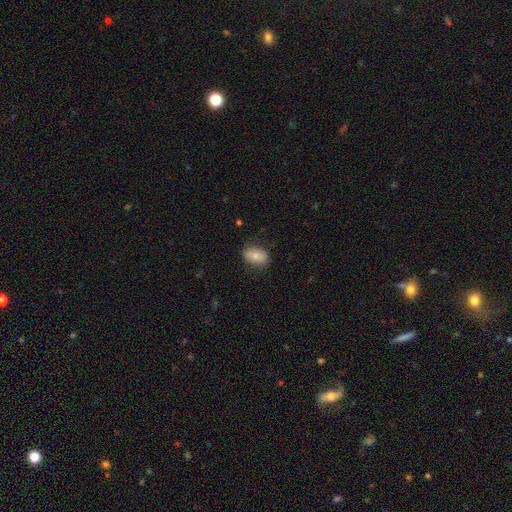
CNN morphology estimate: Q: Smooth or featured?
A: smooth (79%); runner-up: featured or disk (14%)
Q: How rounded?
A: in between (85%); runner-up: round (13%)
Q: Merging?
A: none (82%); runner-up: minor disturbance (14%)